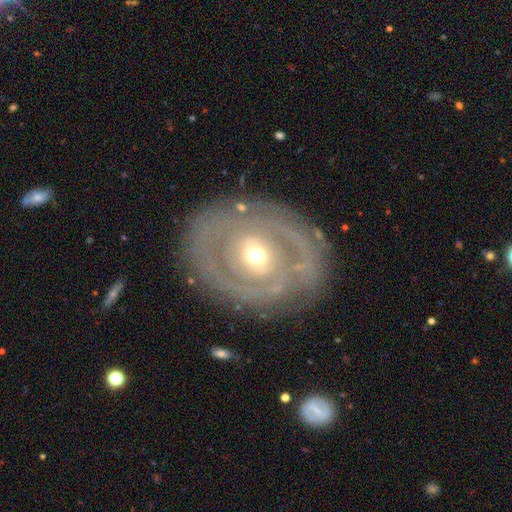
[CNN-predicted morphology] Smooth or featured?
  - featured or disk: 80% *
  - smooth: 14%
  - star or artifact: 6%
Edge-on disk?
  - no: 96% *
  - yes: 4%
Bar?
  - no: 69% *
  - weak: 22%
  - strong: 9%
Spiral arms?
  - yes: 73% *
  - no: 27%
Spiral winding?
  - tight: 65% *
  - medium: 25%
  - loose: 11%
Spiral arm count?
  - 2: 47% *
  - can't tell: 28%
  - 3: 9%
  - 1: 7%
  - 4: 5%
  - more than 4: 5%
Bulge size?
  - moderate: 60% *
  - small: 31%
  - large: 7%
  - dominant: 1%
  - none: 1%
Merging?
  - none: 74% *
  - minor disturbance: 15%
  - major disturbance: 10%
  - merger: 2%